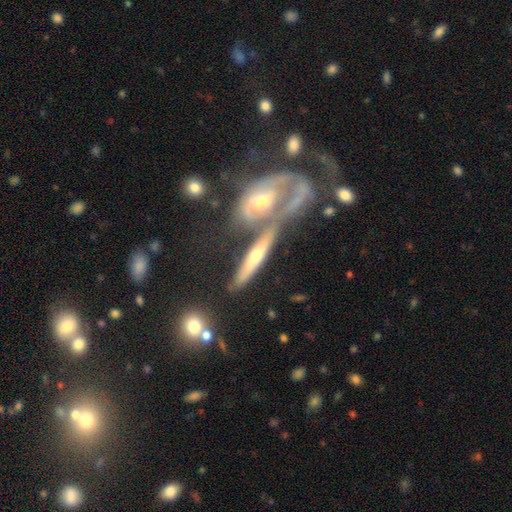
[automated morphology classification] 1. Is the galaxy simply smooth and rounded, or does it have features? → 72% featured or disk, 20% smooth, 8% star or artifact.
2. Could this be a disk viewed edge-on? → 55% yes, 45% no.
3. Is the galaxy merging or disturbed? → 38% merger, 35% none, 14% minor disturbance, 12% major disturbance.